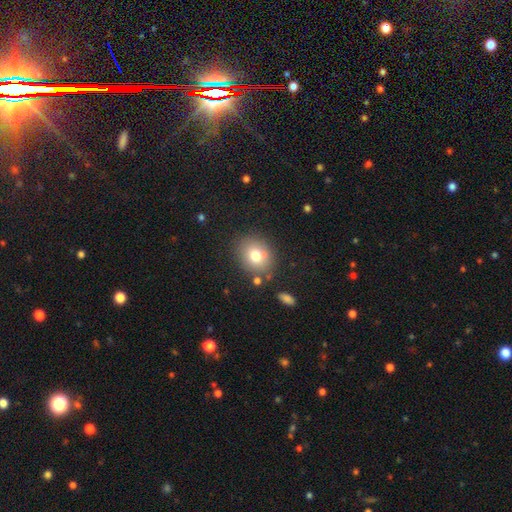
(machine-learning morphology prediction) The model was most divided on "how rounded": round: 66%, in between: 33%, cigar-shaped: 1%. More confident: merging — none (75%); smooth or featured — smooth (73%).